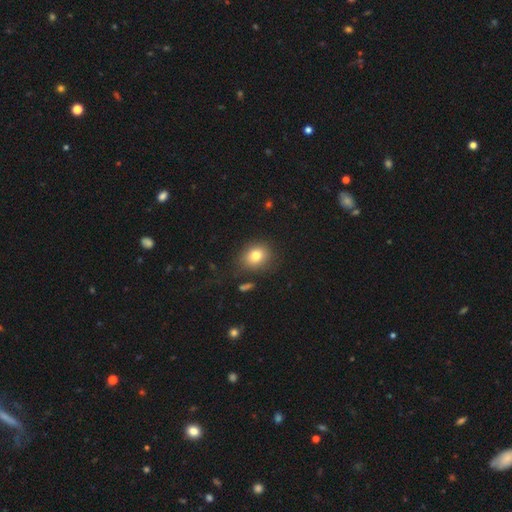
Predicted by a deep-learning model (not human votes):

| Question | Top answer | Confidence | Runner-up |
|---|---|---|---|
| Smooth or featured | smooth | 78% | star or artifact (12%) |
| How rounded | round | 64% | in between (35%) |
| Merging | none | 80% | minor disturbance (13%) |